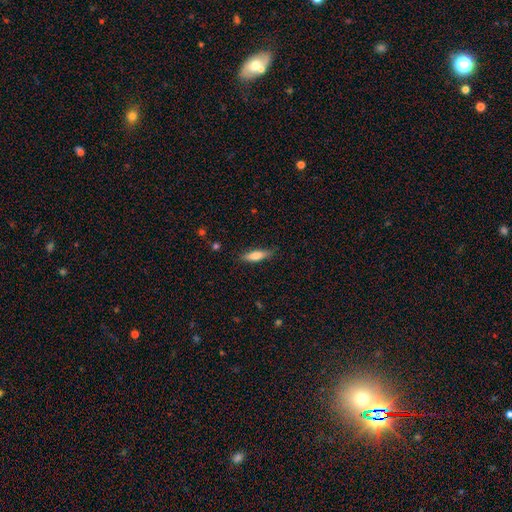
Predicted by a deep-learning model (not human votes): smooth 69%, featured or disk 25%, star or artifact 6%. Down the decision tree: how rounded — cigar-shaped (58%); merging — none (83%).